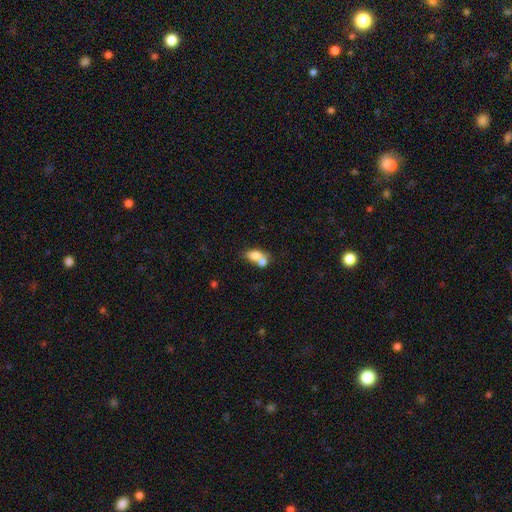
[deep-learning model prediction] A smooth galaxy with no disk features (74%) that is in between round and cigar-shaped (76%). Merging: merger (60%).